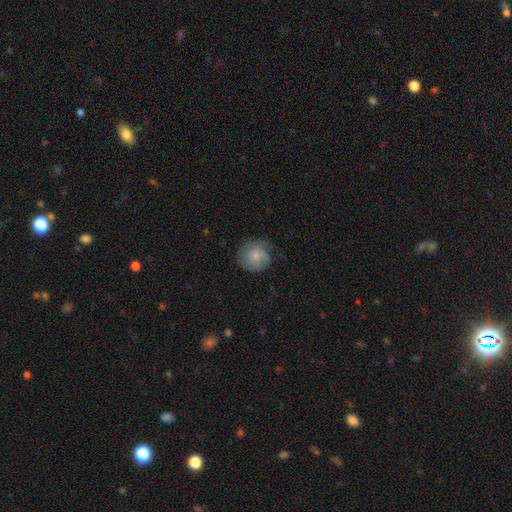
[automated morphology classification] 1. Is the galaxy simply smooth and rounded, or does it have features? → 66% smooth, 27% featured or disk, 7% star or artifact.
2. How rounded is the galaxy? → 89% round, 10% in between, 1% cigar-shaped.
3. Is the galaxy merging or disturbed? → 66% none, 24% minor disturbance, 9% major disturbance, 1% merger.